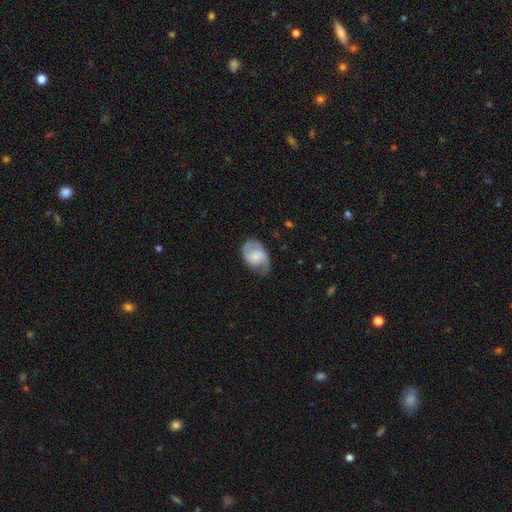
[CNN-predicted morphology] A featured or disk galaxy (61%) with no bar (64%), 2 (79%) medium (47%) spiral arms (88%) and a small central bulge (58%). Merging: none (61%).